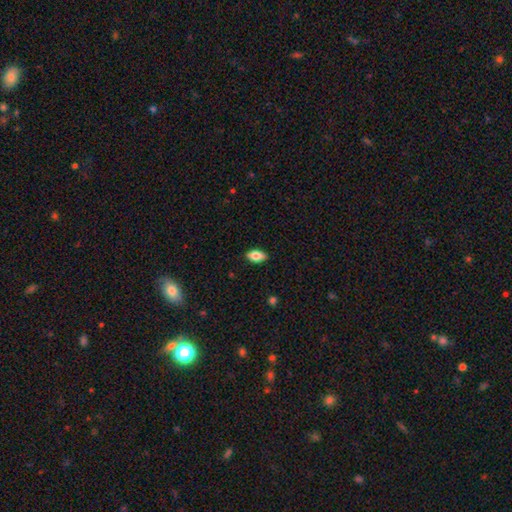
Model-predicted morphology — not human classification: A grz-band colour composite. It shows a smooth galaxy with no disk features (80%) that is in between round and cigar-shaped (90%). Merging: none (88%).